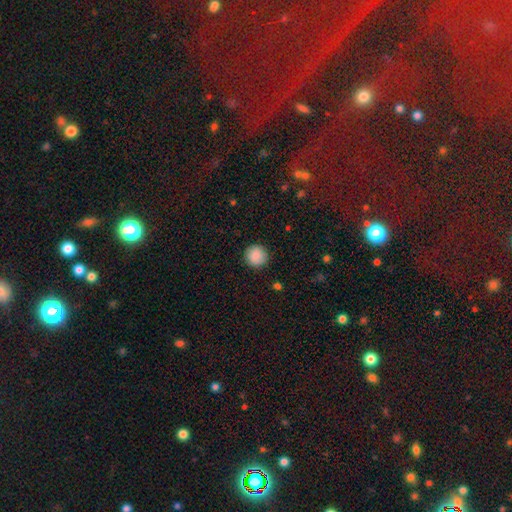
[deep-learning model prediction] This is clearly a smooth galaxy (89%). How rounded: clearly round (95%). Merging: clearly none (91%).